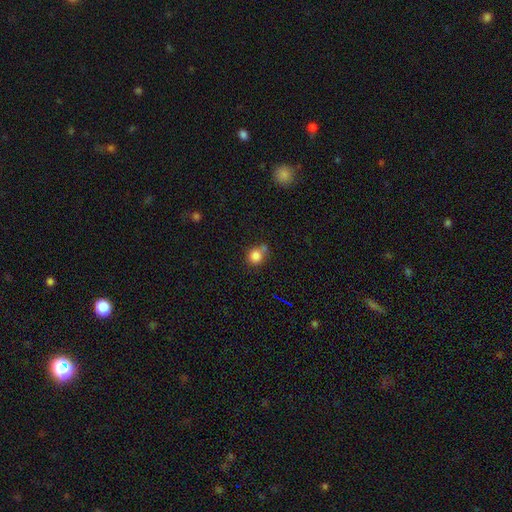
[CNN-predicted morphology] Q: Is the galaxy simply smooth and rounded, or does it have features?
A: smooth — 82%.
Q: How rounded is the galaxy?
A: round — 83%.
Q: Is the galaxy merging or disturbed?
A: none — 56%.